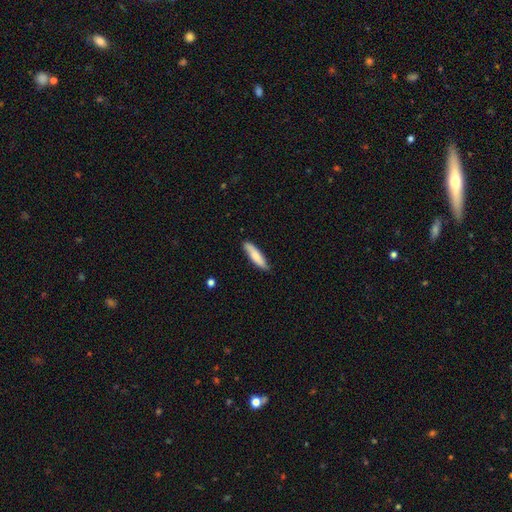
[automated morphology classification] Overall: smooth (77%). How rounded: cigar-shaped (74%). Merging: none (84%).